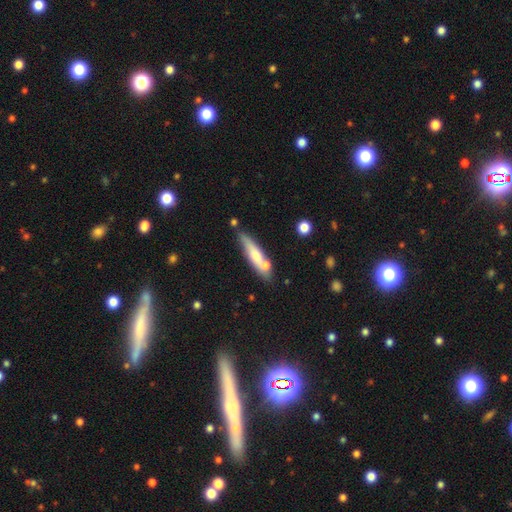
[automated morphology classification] The model was most divided on "smooth or featured": smooth: 56%, featured or disk: 38%, star or artifact: 6%. More confident: how rounded — cigar-shaped (78%); merging — none (63%).